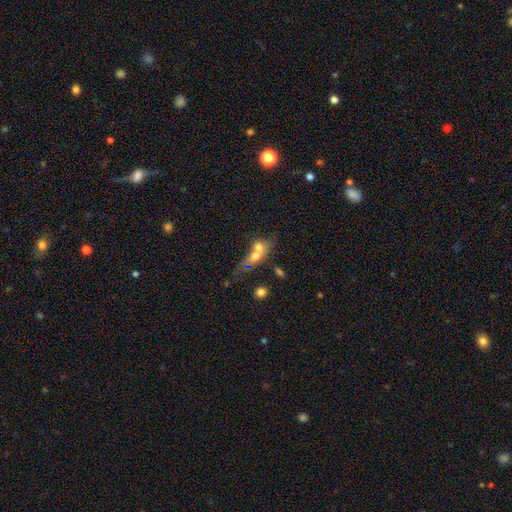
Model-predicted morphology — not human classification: The model was most divided on "how rounded": in between: 53%, round: 33%, cigar-shaped: 14%. More confident: merging — merger (69%); smooth or featured — smooth (62%).